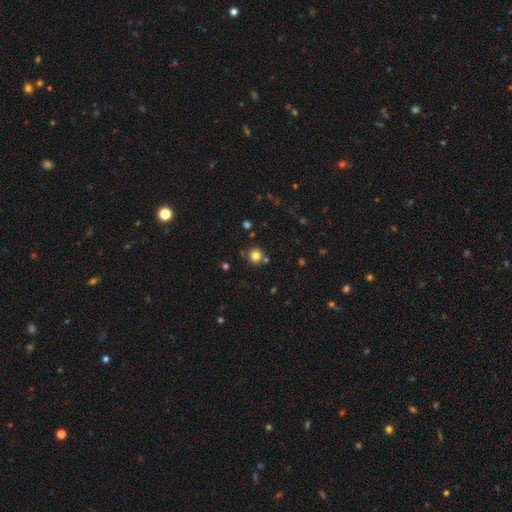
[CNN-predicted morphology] smooth_or_featured: smooth (p=0.81) [alt: star or artifact p=0.13]
how_rounded: round (p=0.93) [alt: in between p=0.06]
merging: none (p=0.81) [alt: minor disturbance p=0.08]